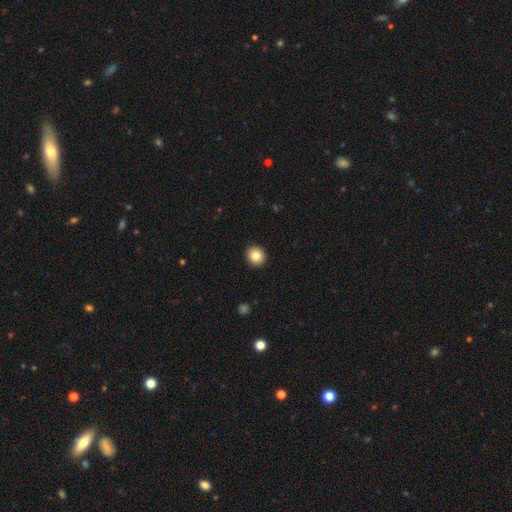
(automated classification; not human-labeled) The model was most divided on "smooth or featured": smooth: 83%, star or artifact: 10%, featured or disk: 7%. More confident: merging — none (93%); how rounded — round (90%).